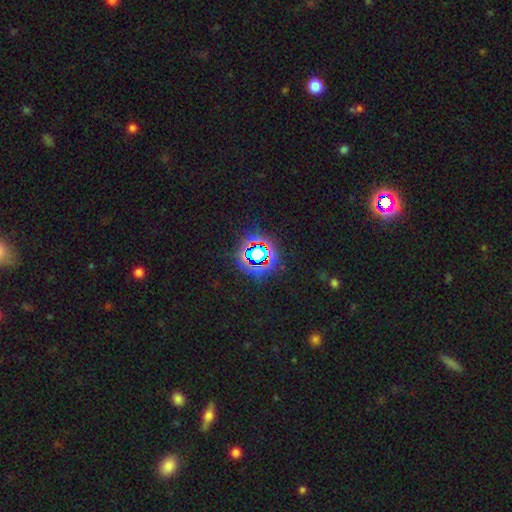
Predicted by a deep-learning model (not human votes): smooth-or-featured: star or artifact: 70% | smooth: 19% | featured or disk: 11%